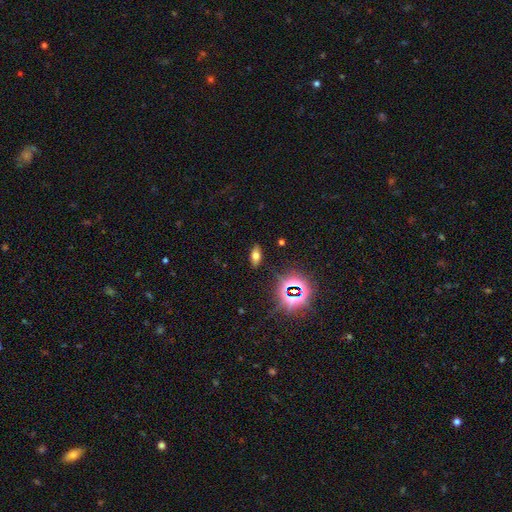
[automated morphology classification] A smooth galaxy with no disk features (57%) that is in between round and cigar-shaped (84%). Merging: none (87%).